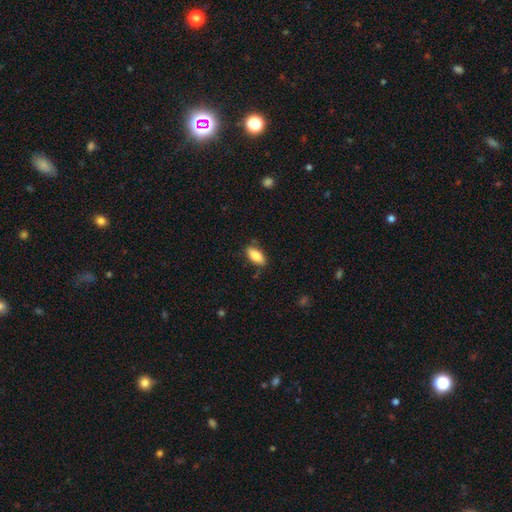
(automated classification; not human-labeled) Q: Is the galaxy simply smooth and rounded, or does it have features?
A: smooth — 84%.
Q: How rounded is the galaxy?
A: in between — 88%.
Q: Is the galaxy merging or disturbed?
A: none — 78%.